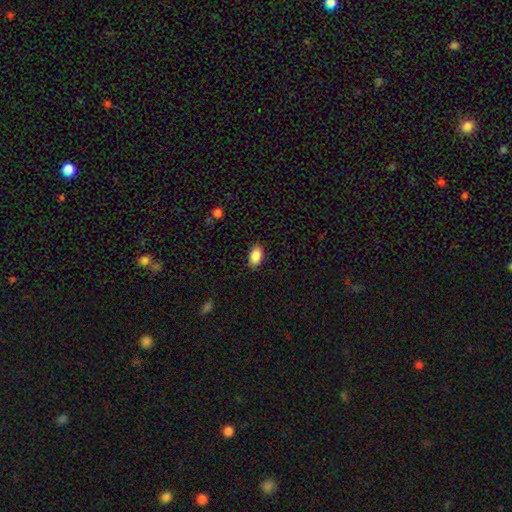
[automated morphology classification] Smooth or featured?
  - smooth: 88% *
  - star or artifact: 7%
  - featured or disk: 5%
How rounded?
  - in between: 92% *
  - round: 6%
  - cigar-shaped: 2%
Merging?
  - none: 85% *
  - minor disturbance: 11%
  - major disturbance: 2%
  - merger: 1%